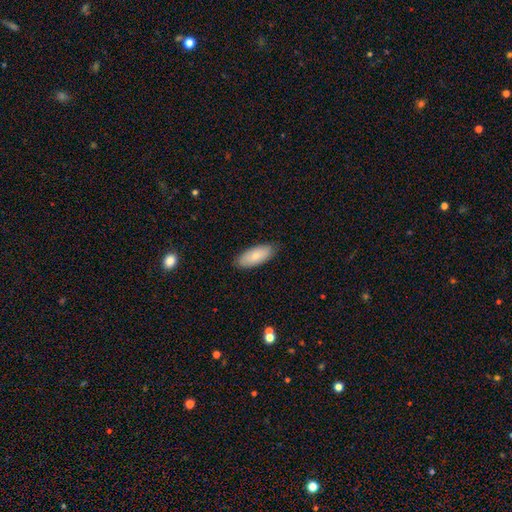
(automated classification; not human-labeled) Morphology: type=smooth (79%); roundness=in between (87%); merging=none (84%).